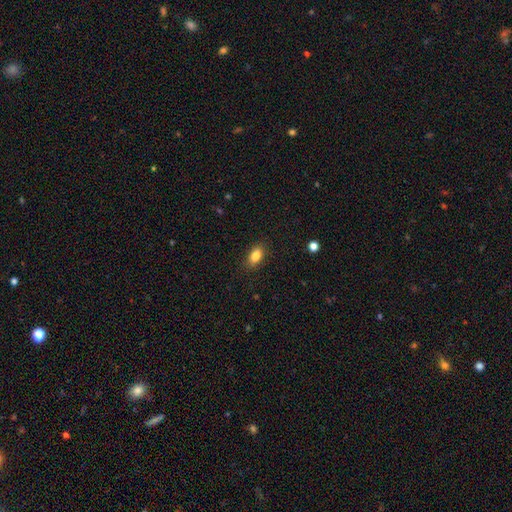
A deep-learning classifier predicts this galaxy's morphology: A smooth galaxy with no disk features (85%) that is in between round and cigar-shaped (88%).

Vote fractions:
- Smooth or featured? smooth: 85% / star or artifact: 9% / featured or disk: 7%
- How rounded? in between: 88% / round: 9% / cigar-shaped: 4%
- Merging? none: 87% / minor disturbance: 9% / major disturbance: 3% / merger: 1%